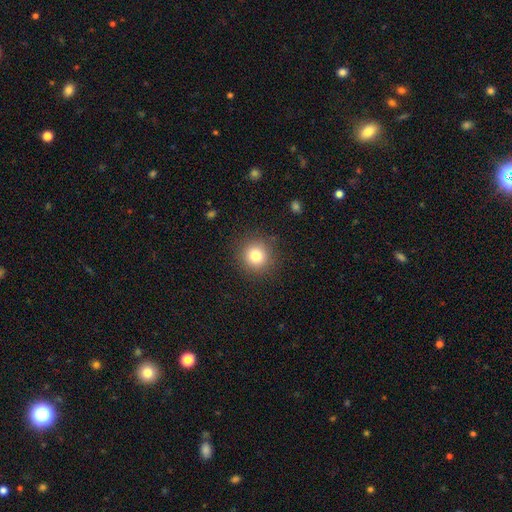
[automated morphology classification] Smooth or featured? Predicted: smooth (p=0.80). How rounded? Predicted: round (p=0.93). Merging? Predicted: none (p=0.89).